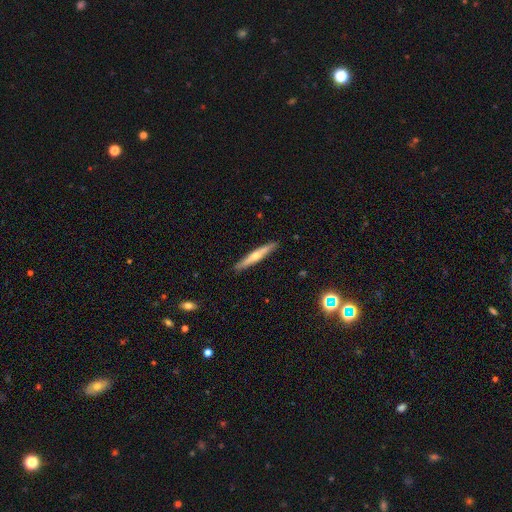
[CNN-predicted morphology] smooth_or_featured: featured or disk (p=0.56) [alt: smooth p=0.38]
disk_edge_on: yes (p=0.95) [alt: no p=0.05]
edge_on_bulge: rounded (p=0.83) [alt: none p=0.14]
merging: none (p=0.90) [alt: minor disturbance p=0.08]